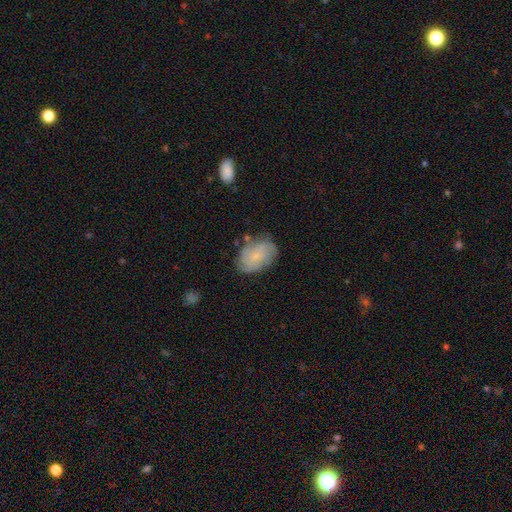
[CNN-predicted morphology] Smooth or featured? featured or disk (49%)
Merging? none (71%)